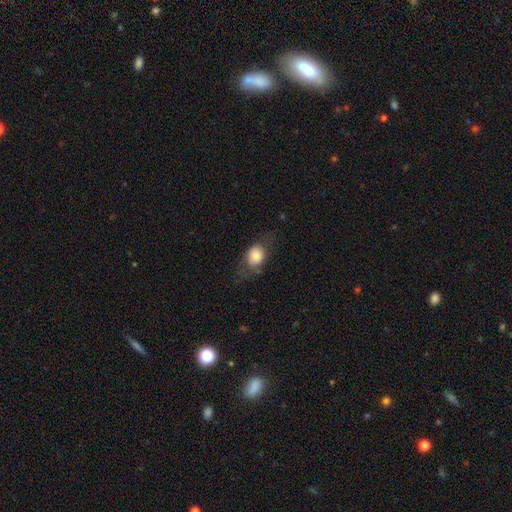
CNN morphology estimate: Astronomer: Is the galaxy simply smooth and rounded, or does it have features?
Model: smooth — 74%.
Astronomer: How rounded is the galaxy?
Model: in between — 58% (runner-up: round, 40%).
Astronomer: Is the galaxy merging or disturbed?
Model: none — 64%.